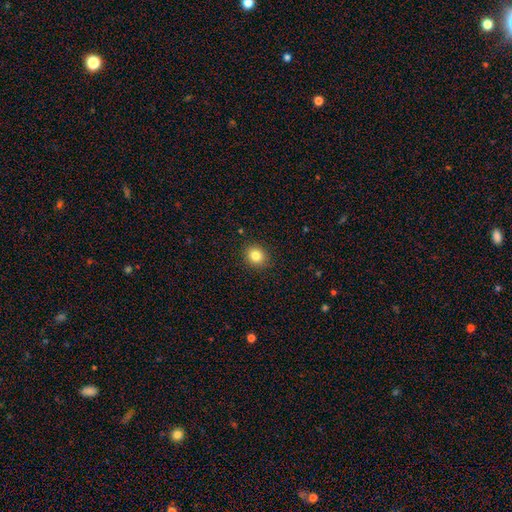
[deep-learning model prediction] Morphology: type=smooth (84%); roundness=round (72%); merging=none (90%).